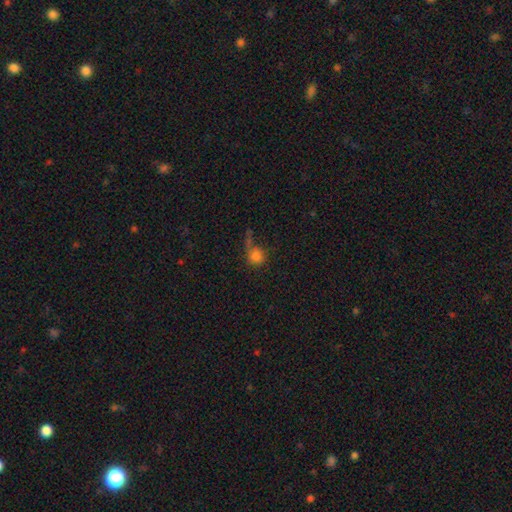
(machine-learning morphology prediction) smooth-or-featured: smooth: 80% | star or artifact: 13% | featured or disk: 7%
  how-rounded: round: 90% | in between: 9% | cigar-shaped: 1%
  merging: none: 48% | merger: 19% | major disturbance: 17% | minor disturbance: 16%